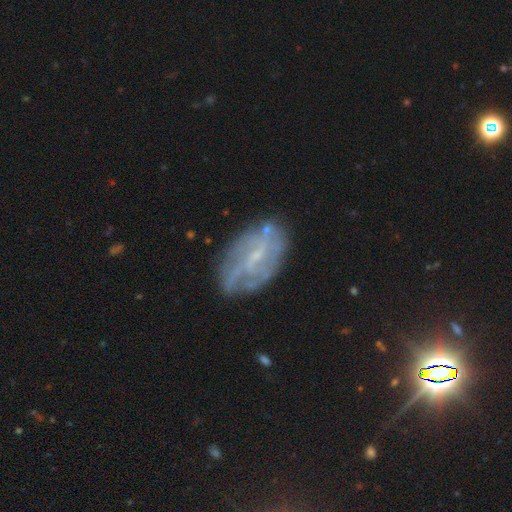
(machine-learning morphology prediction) smooth-or-featured: featured or disk: 72% | smooth: 19% | star or artifact: 9%
  disk-edge-on: no: 95% | yes: 5%
    bar: weak: 51% | no: 31% | strong: 18%
    has-spiral-arms: yes: 71% | no: 29%
    bulge-size: small: 65% | moderate: 18% | none: 15% | large: 1% | dominant: 1%
  merging: none: 66% | minor disturbance: 22% | major disturbance: 9% | merger: 3%